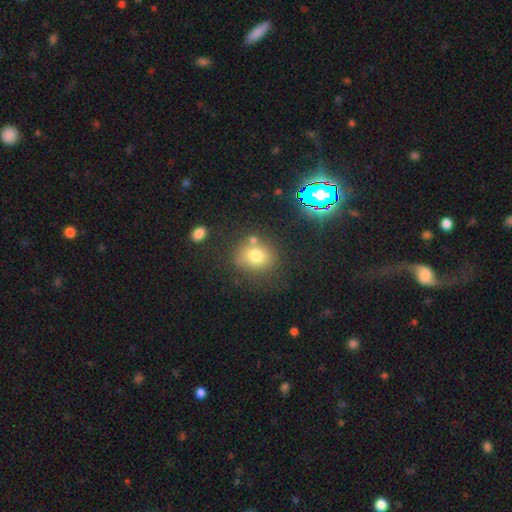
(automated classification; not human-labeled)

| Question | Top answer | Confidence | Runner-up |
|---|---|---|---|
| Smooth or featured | smooth | 73% | star or artifact (15%) |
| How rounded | round | 70% | in between (29%) |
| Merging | none | 67% | minor disturbance (15%) |